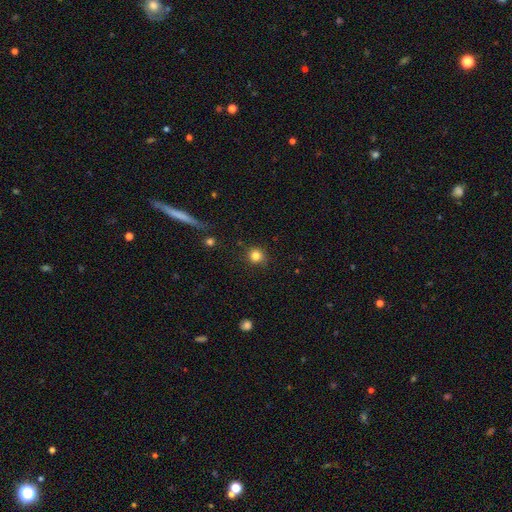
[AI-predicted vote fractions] A smooth galaxy with no disk features (84%) that is round (90%). Merging: none (85%).